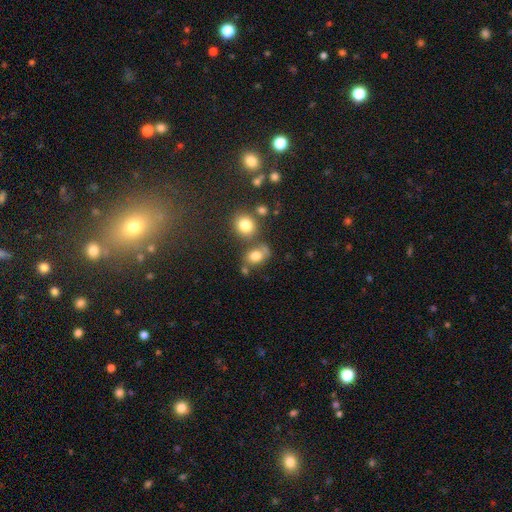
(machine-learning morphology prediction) This appears to be a smooth galaxy with no disk features (75%) that is in between round and cigar-shaped (59%). Merging: none (52%).